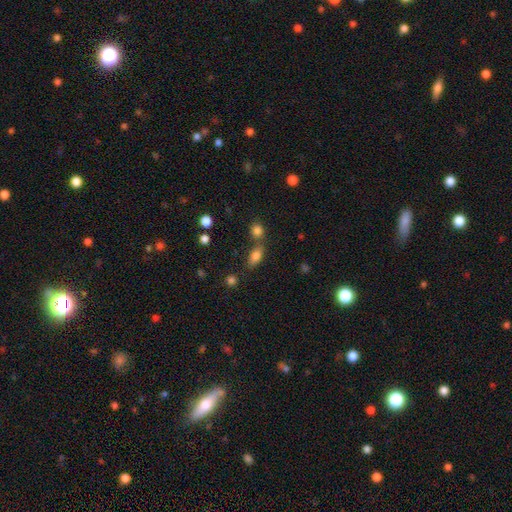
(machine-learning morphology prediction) smooth 80%, star or artifact 11%, featured or disk 10%. Down the decision tree: how rounded — in between (81%); merging — none (61%).